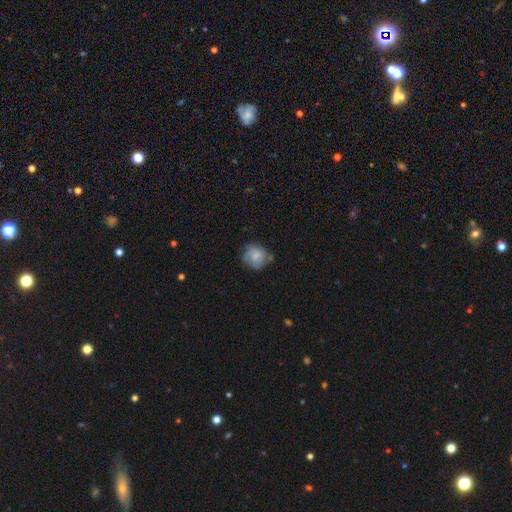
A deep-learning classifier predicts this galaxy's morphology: A smooth galaxy with no disk features (56%) that is round (81%).

Vote fractions:
- Smooth or featured? smooth: 56% / featured or disk: 36% / star or artifact: 8%
- How rounded? round: 81% / in between: 18% / cigar-shaped: 1%
- Merging? none: 64% / minor disturbance: 25% / major disturbance: 9% / merger: 3%